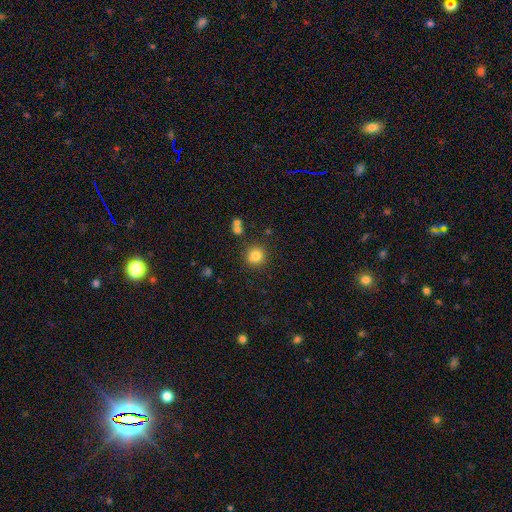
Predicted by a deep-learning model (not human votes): Smooth or featured? smooth (81%)
How rounded? round (92%)
Merging? none (83%)